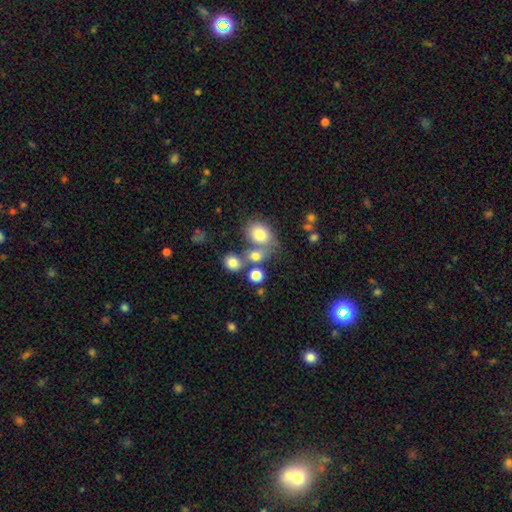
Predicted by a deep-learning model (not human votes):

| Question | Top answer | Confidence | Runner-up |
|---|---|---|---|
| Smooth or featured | smooth | 73% | star or artifact (15%) |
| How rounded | round | 58% | in between (41%) |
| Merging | none | 49% | merger (32%) |